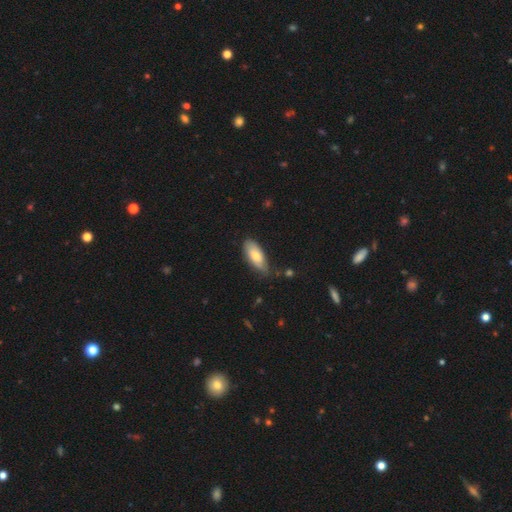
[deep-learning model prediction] Morphology: type=smooth (74%); roundness=in between (83%); merging=none (65%).